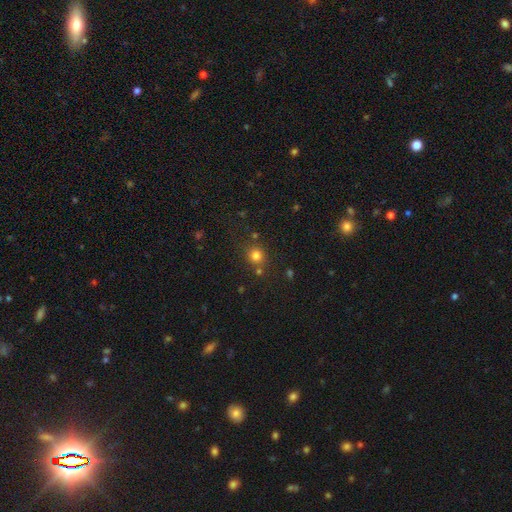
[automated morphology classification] smooth 78%, star or artifact 16%, featured or disk 6%. Down the decision tree: how rounded — round (88%); merging — none (77%).